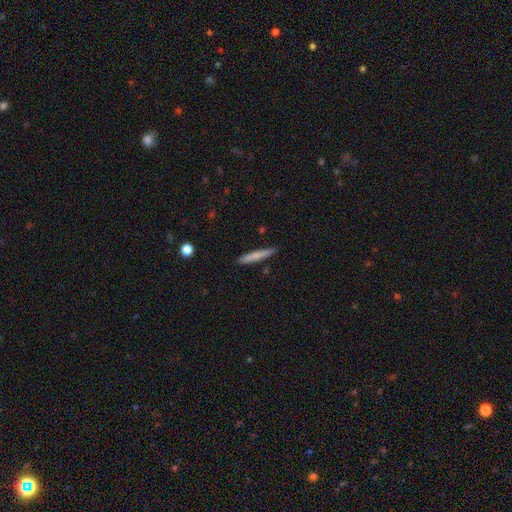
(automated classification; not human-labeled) This is likely a smooth galaxy (71%). How rounded: clearly cigar-shaped (94%). Merging: clearly none (87%).